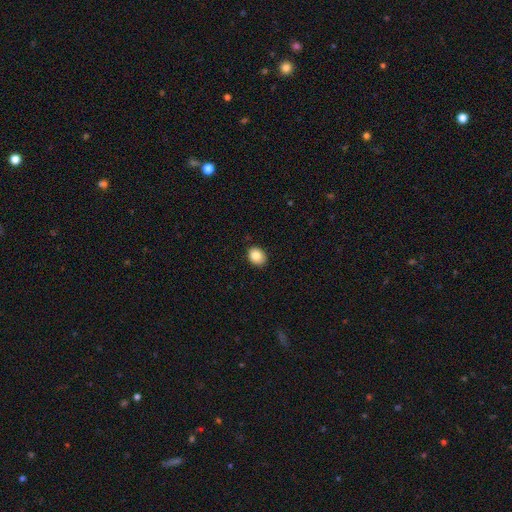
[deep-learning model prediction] smooth 85%, star or artifact 9%, featured or disk 7%. Down the decision tree: how rounded — in between (52%); merging — none (89%).